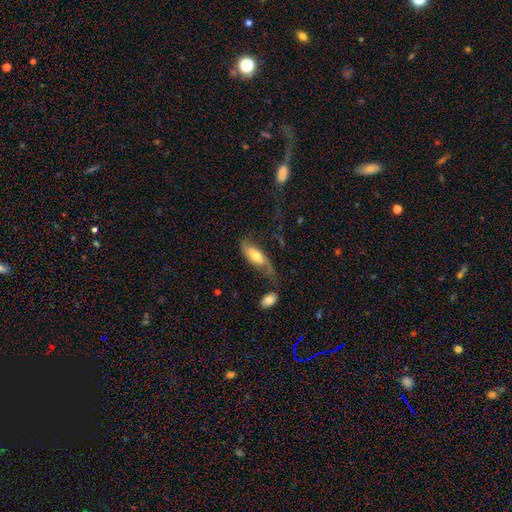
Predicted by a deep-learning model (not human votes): Morphology: type=smooth (50%); roundness=in between (77%); merging=none (39%).